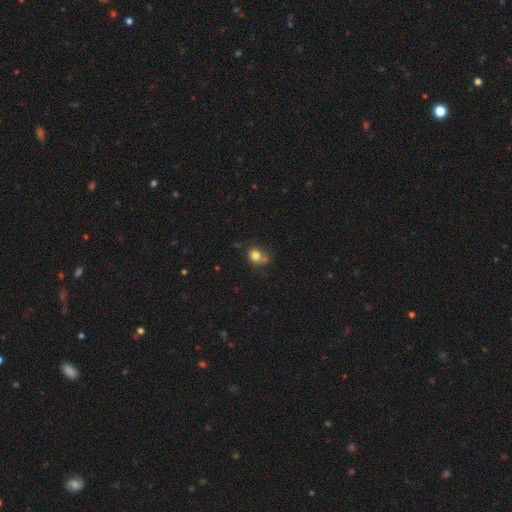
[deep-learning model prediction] Q: Smooth or featured?
A: smooth (80%); runner-up: star or artifact (12%)
Q: How rounded?
A: round (73%); runner-up: in between (26%)
Q: Merging?
A: none (56%); runner-up: minor disturbance (21%)